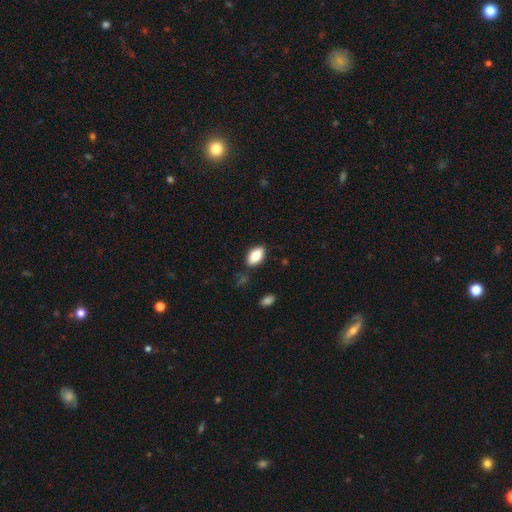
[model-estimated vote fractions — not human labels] This is clearly a smooth galaxy (84%). How rounded: clearly in between (92%). Merging: clearly none (84%).